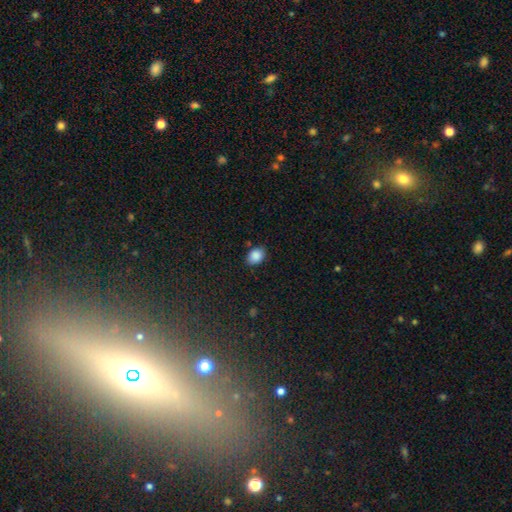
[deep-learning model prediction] Smooth or featured? smooth (87%)
How rounded? in between (69%)
Merging? none (79%)